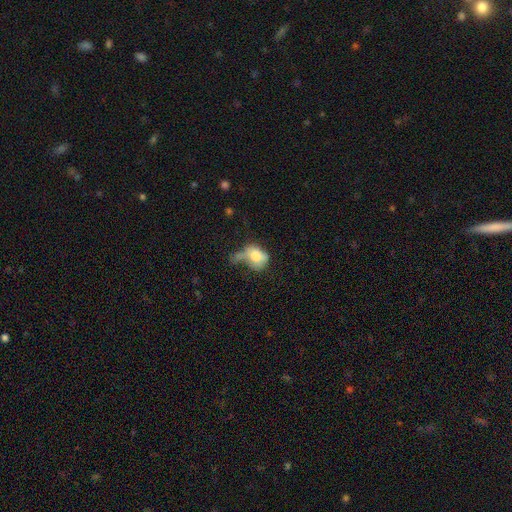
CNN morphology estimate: Smooth or featured?
  - smooth: 66% *
  - featured or disk: 25%
  - star or artifact: 9%
How rounded?
  - in between: 66% *
  - round: 32%
  - cigar-shaped: 2%
Merging?
  - major disturbance: 40% *
  - minor disturbance: 23%
  - none: 18%
  - merger: 18%